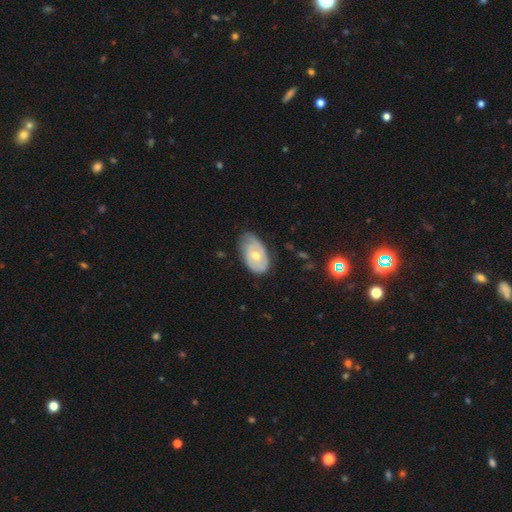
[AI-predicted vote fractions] This is possibly a featured or disk galaxy (51%). It is clearly not viewed edge-on (92%). Merging: possibly none (54%).